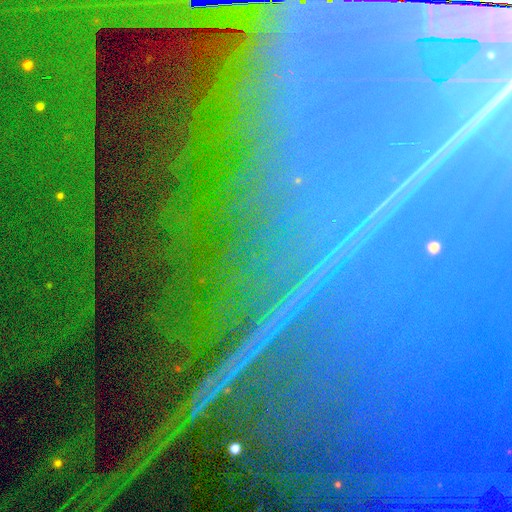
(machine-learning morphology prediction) Smooth or featured? star or artifact (87%)